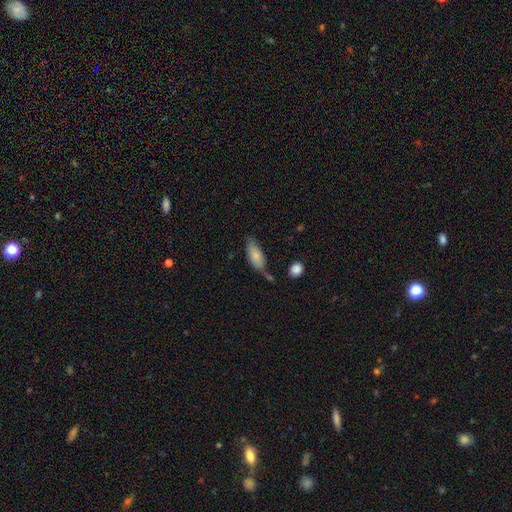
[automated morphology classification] A smooth galaxy with no disk features (79%) that is in between round and cigar-shaped (79%). Merging: none (55%).